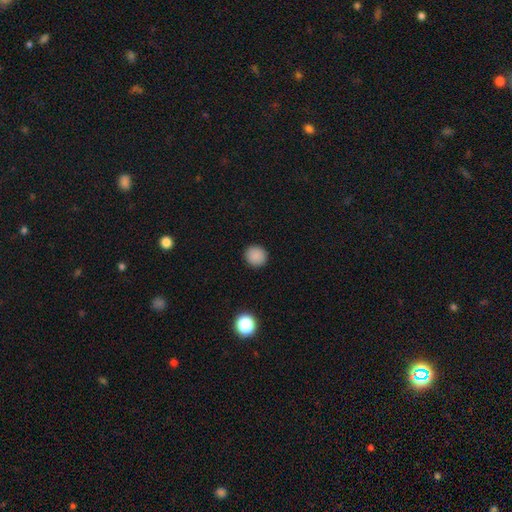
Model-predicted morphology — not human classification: Smooth or featured? smooth (88%)
How rounded? round (92%)
Merging? none (92%)